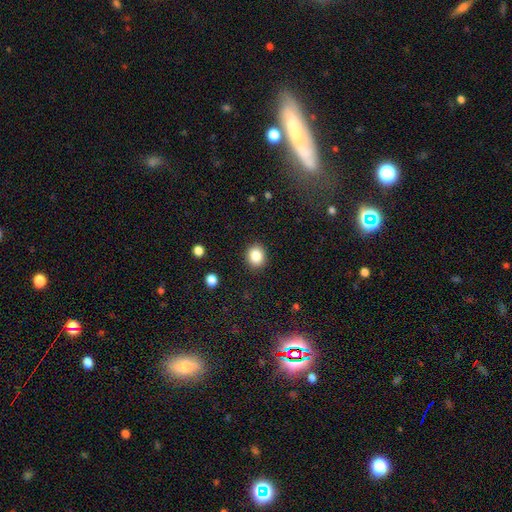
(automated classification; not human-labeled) A smooth galaxy with no disk features (85%) that is round (75%). Merging: none (90%).